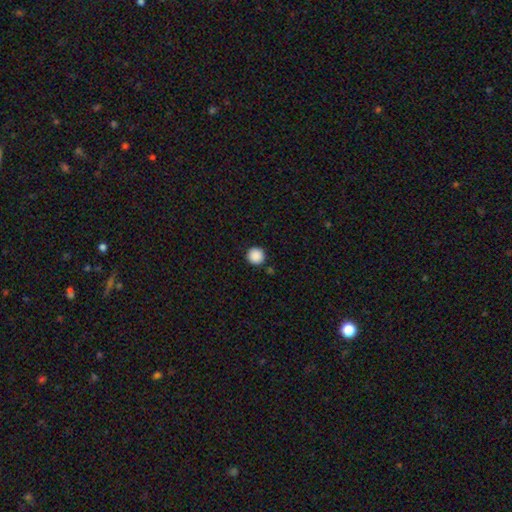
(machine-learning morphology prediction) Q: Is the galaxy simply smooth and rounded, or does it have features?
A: smooth — 89%.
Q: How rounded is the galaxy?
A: round — 96%.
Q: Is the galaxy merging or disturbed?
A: none — 91%.